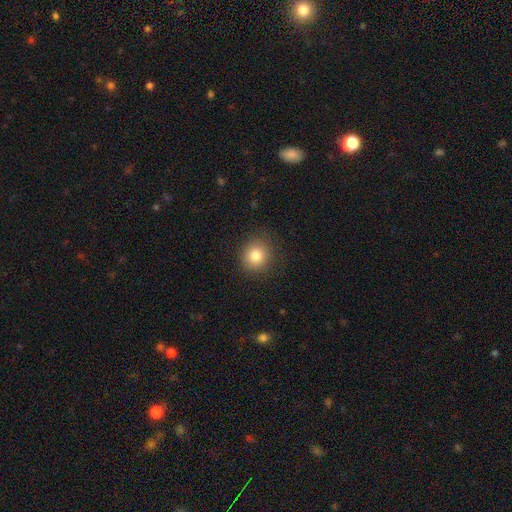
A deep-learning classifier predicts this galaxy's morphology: Overall: smooth (81%). How rounded: round (87%). Merging: none (88%).